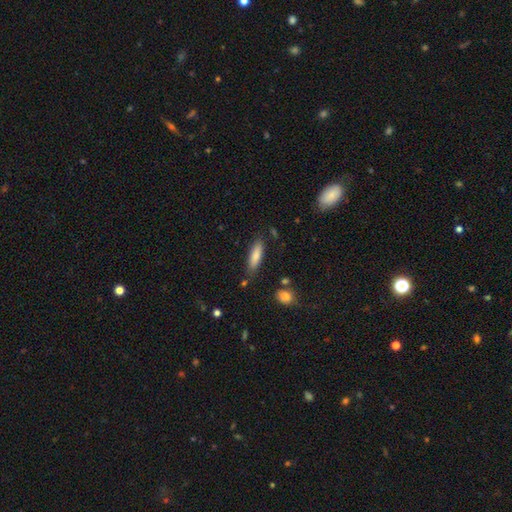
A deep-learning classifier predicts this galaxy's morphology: Smooth or featured? Predicted: smooth (p=0.80). How rounded? Predicted: cigar-shaped (p=0.64). Merging? Predicted: none (p=0.81).